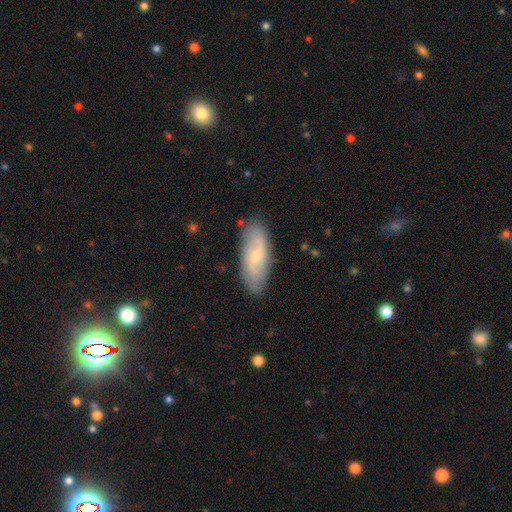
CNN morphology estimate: A featured or disk galaxy (52%).

Vote fractions:
- Smooth or featured? featured or disk: 52% / smooth: 41% / star or artifact: 7%
- Edge-on disk? no: 87% / yes: 13%
- Merging? none: 83% / minor disturbance: 13% / major disturbance: 3% / merger: 1%